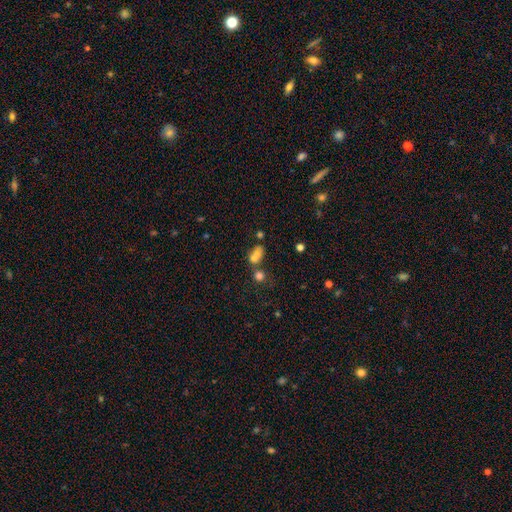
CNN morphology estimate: Q: Smooth or featured?
A: smooth (68%); runner-up: featured or disk (17%)
Q: How rounded?
A: in between (60%); runner-up: round (36%)
Q: Merging?
A: merger (53%); runner-up: none (30%)